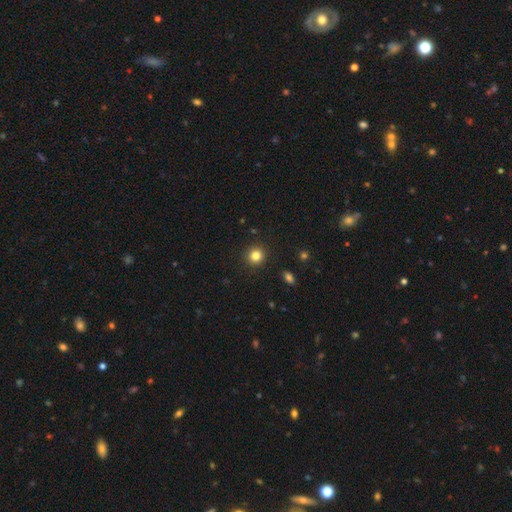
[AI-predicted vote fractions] Smooth or featured? smooth (82%)
How rounded? round (92%)
Merging? none (92%)